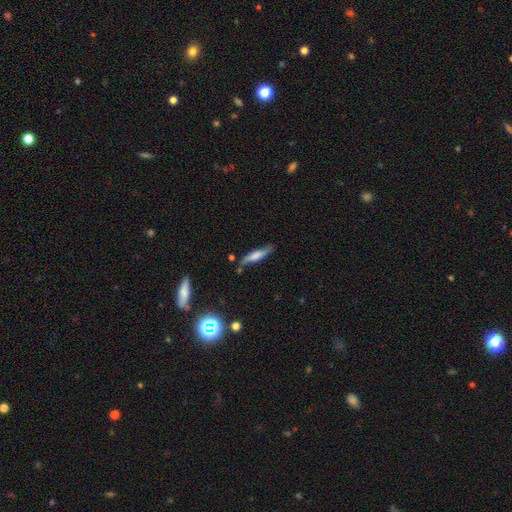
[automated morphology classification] smooth 52%, featured or disk 40%, star or artifact 8%. Down the decision tree: how rounded — cigar-shaped (83%); merging — none (77%).